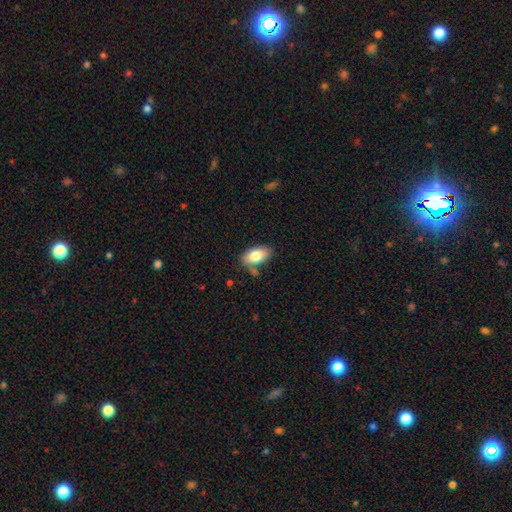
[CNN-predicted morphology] The model was most divided on "merging": none: 71%, minor disturbance: 17%, merger: 7%, major disturbance: 4%. More confident: how rounded — in between (93%); smooth or featured — smooth (81%).